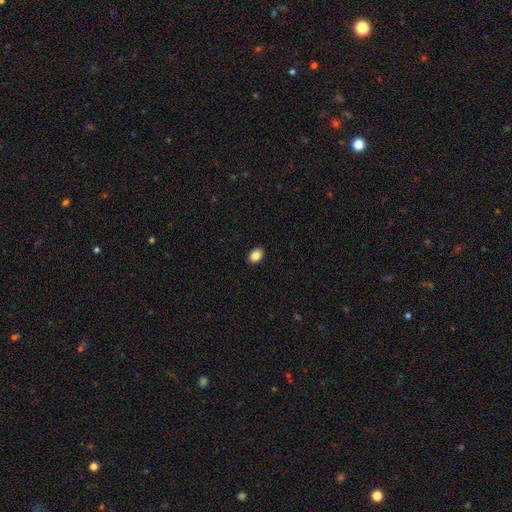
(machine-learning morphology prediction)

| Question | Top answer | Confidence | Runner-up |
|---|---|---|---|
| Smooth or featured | smooth | 87% | star or artifact (9%) |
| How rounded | in between | 74% | round (25%) |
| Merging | none | 91% | minor disturbance (7%) |